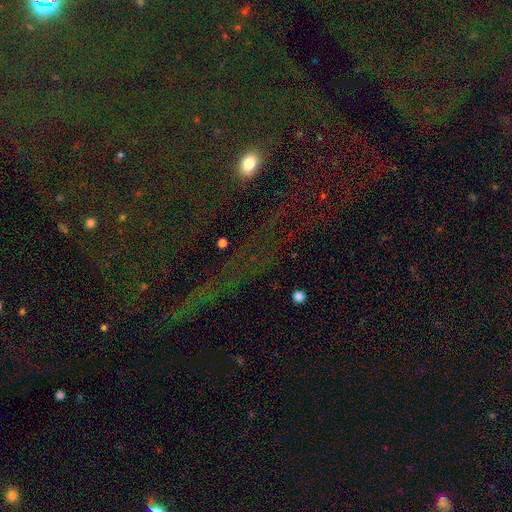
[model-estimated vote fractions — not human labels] This is likely a star or artifact rather than a galaxy (73%).